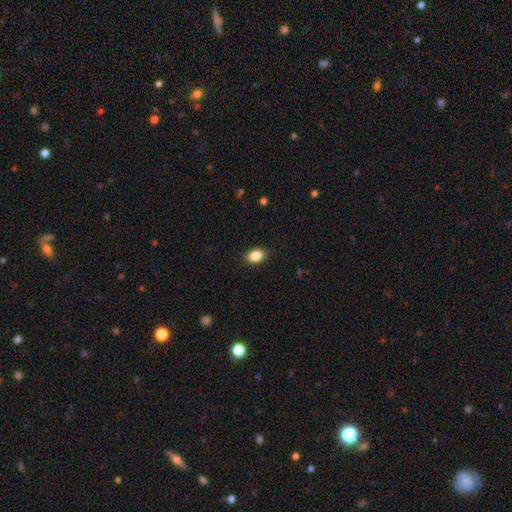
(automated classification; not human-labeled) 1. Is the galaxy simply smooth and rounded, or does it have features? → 86% smooth, 8% star or artifact, 5% featured or disk.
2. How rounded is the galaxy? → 81% in between, 17% round, 1% cigar-shaped.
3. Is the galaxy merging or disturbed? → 89% none, 8% minor disturbance, 2% major disturbance, 1% merger.